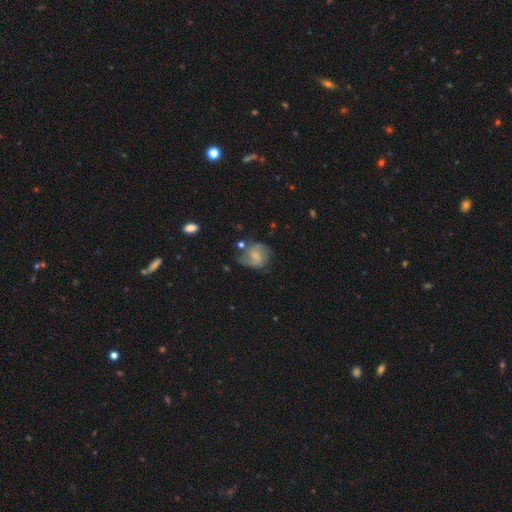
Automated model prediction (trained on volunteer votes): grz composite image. It shows a featured or disk galaxy (54%) with a weak bar (49%), spiral arms (85%) and a small central bulge (38%). Merging: none (54%).